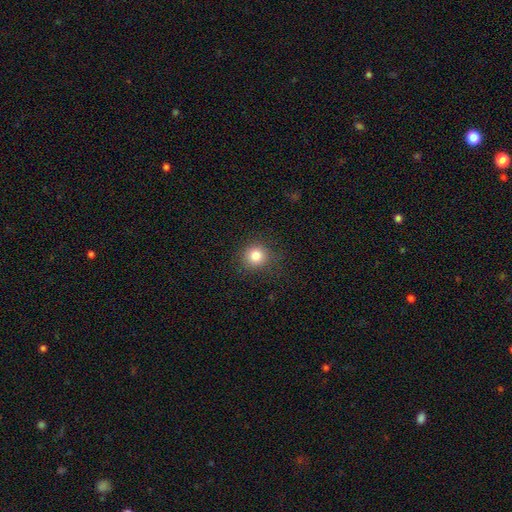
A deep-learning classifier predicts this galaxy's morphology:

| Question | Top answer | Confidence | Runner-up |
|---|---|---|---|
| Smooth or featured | smooth | 82% | star or artifact (12%) |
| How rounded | round | 90% | in between (9%) |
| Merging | none | 86% | minor disturbance (9%) |